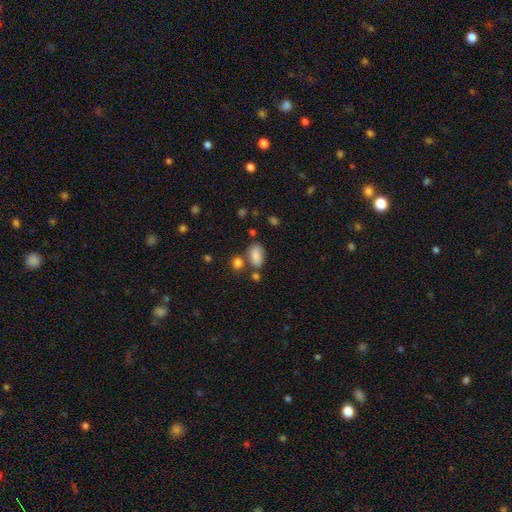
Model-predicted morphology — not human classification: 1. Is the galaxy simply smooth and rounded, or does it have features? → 83% smooth, 9% star or artifact, 8% featured or disk.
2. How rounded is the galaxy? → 89% in between, 9% round, 2% cigar-shaped.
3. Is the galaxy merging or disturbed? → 63% none, 17% minor disturbance, 15% merger, 5% major disturbance.